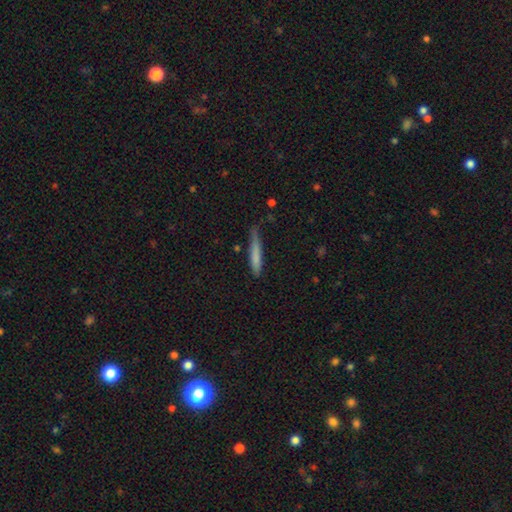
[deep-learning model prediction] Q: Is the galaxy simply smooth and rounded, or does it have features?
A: smooth — 75%.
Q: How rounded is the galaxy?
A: cigar-shaped — 92%.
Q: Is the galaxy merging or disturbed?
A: none — 65%.